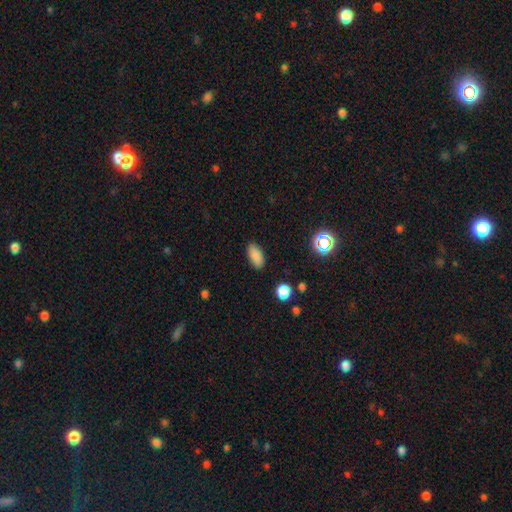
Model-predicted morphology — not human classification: The model was most divided on "smooth or featured": smooth: 86%, star or artifact: 10%, featured or disk: 4%. More confident: how rounded — in between (90%); merging — none (88%).